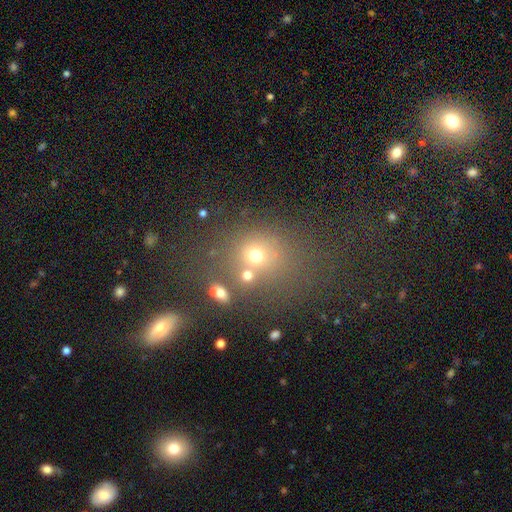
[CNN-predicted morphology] Overall: smooth (63%; star or artifact 23%). How rounded: round (72%). Merging: none (57%; merger 21%).